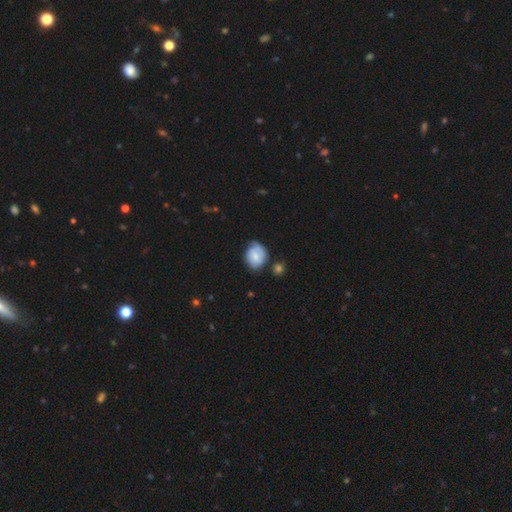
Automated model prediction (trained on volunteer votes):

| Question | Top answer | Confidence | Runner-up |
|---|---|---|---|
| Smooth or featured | smooth | 60% | featured or disk (33%) |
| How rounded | round | 58% | in between (42%) |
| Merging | none | 53% | minor disturbance (33%) |